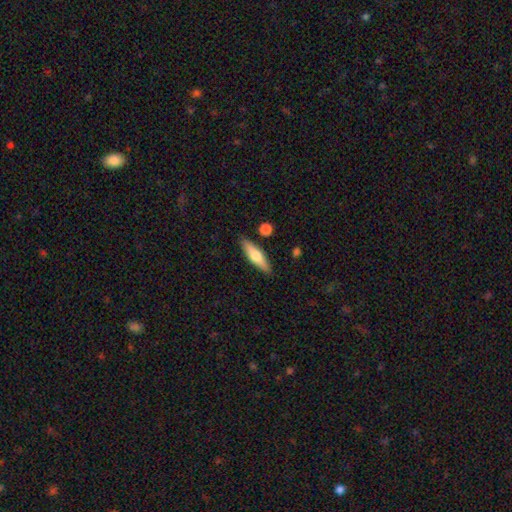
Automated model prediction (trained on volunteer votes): This is possibly a smooth galaxy (57%). How rounded: likely cigar-shaped (63%). Merging: clearly none (87%).